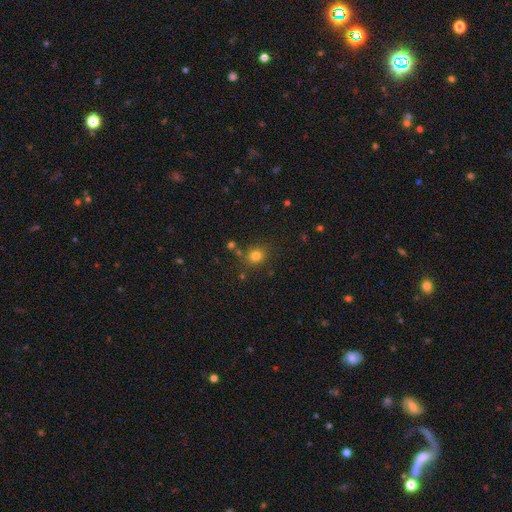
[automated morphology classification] Q: Smooth or featured?
A: smooth (78%); runner-up: star or artifact (16%)
Q: How rounded?
A: round (80%); runner-up: in between (19%)
Q: Merging?
A: none (79%); runner-up: minor disturbance (11%)